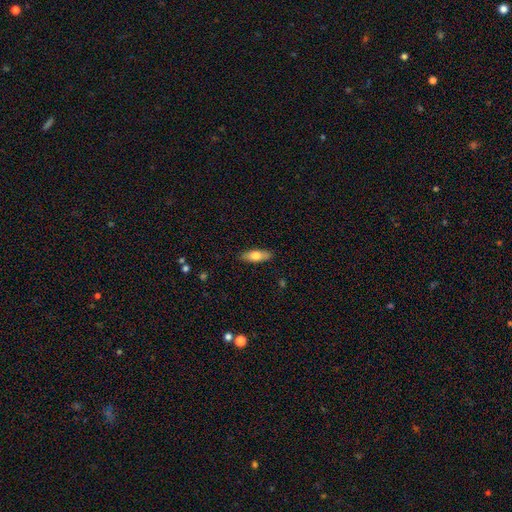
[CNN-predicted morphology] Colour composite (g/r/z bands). It shows a smooth galaxy with no disk features (71%) that is in between round and cigar-shaped (67%). Merging: none (87%).